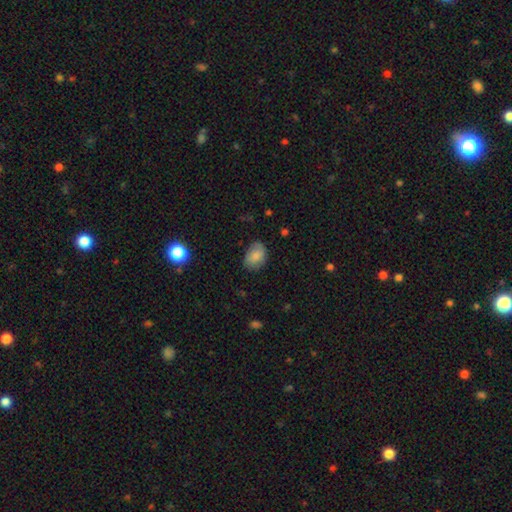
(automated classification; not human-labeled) Overall: smooth (82%). How rounded: in between (77%). Merging: none (72%).